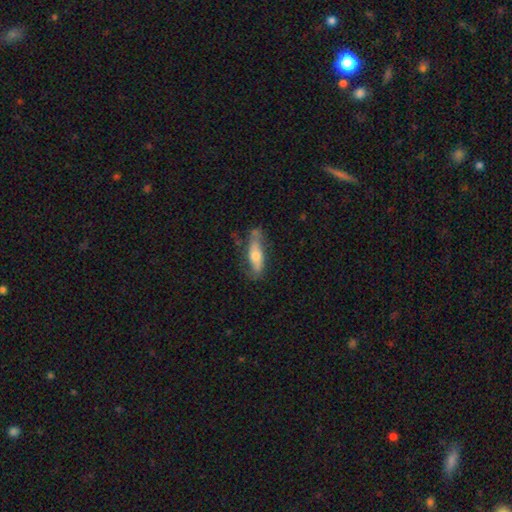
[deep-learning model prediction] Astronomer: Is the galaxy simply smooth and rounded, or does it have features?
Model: smooth — 53% (runner-up: featured or disk, 41%).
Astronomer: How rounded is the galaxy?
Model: cigar-shaped — 50% (runner-up: in between, 47%).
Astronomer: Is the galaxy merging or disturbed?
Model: none — 61%.